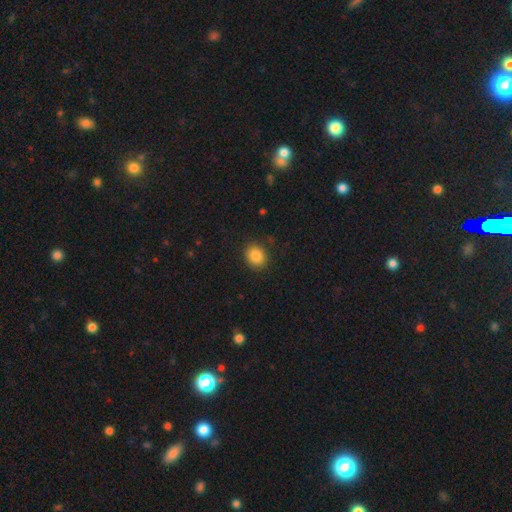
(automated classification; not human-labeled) smooth-or-featured: smooth: 86% | star or artifact: 9% | featured or disk: 4%
  how-rounded: round: 68% | in between: 31% | cigar-shaped: 1%
  merging: none: 88% | minor disturbance: 9% | major disturbance: 3% | merger: 1%